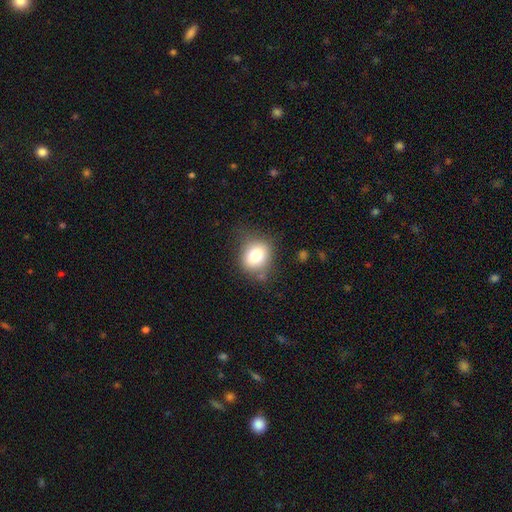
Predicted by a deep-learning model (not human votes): Morphology: type=smooth (77%); roundness=round (62%); merging=none (68%).